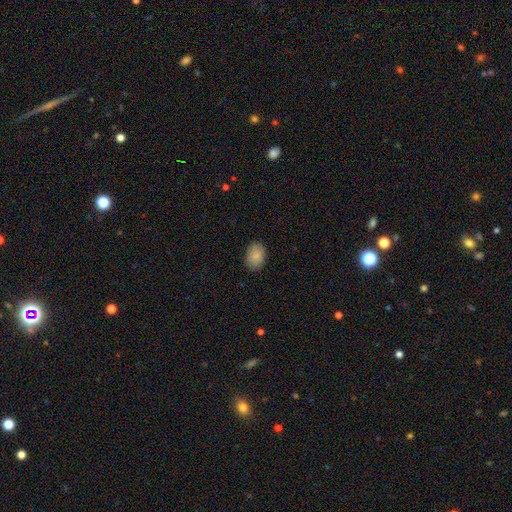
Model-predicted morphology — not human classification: Smooth or featured? Predicted: smooth (p=0.88). How rounded? Predicted: in between (p=0.81). Merging? Predicted: none (p=0.87).